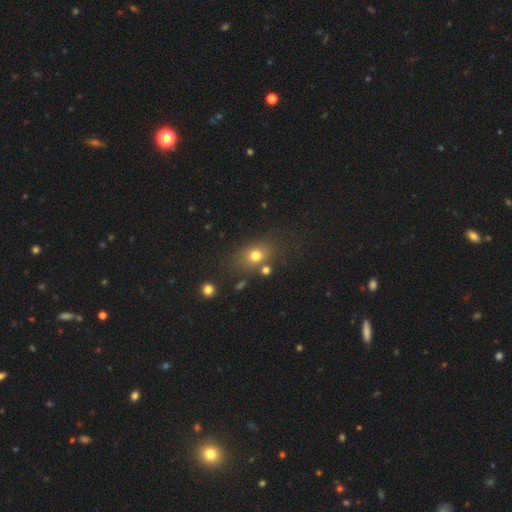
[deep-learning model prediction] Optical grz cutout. It shows a smooth galaxy with no disk features (74%) that is in between round and cigar-shaped (55%). Merging: none (72%).